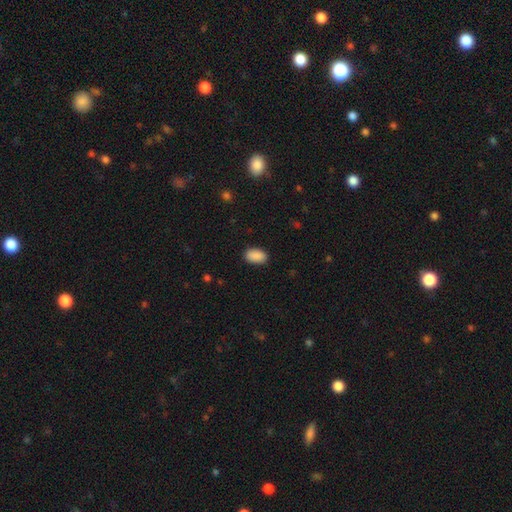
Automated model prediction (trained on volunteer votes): Smooth or featured? Predicted: smooth (p=0.91). How rounded? Predicted: in between (p=0.94). Merging? Predicted: none (p=0.89).